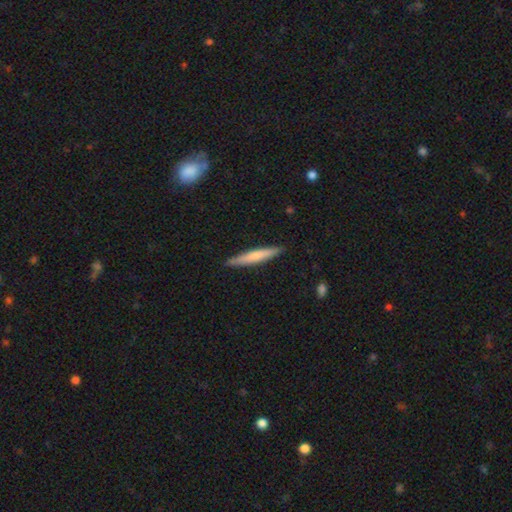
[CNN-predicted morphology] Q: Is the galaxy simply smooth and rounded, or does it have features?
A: smooth — 66%.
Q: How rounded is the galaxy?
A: cigar-shaped — 94%.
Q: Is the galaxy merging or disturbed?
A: none — 90%.